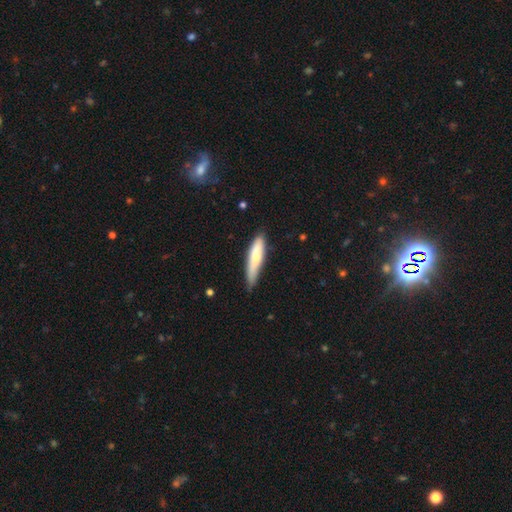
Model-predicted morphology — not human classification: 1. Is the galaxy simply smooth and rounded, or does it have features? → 68% smooth, 26% featured or disk, 5% star or artifact.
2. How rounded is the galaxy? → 75% cigar-shaped, 24% in between, 2% round.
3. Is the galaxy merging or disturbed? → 67% none, 26% minor disturbance, 4% major disturbance, 2% merger.